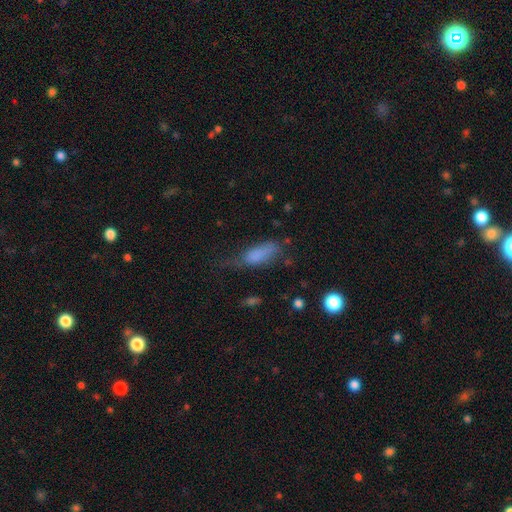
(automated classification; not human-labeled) Smooth or featured: smooth — 74% (featured or disk — 15%)
How rounded: in between — 70% (cigar-shaped — 27%)
Merging: none — 34% (minor disturbance — 32%)